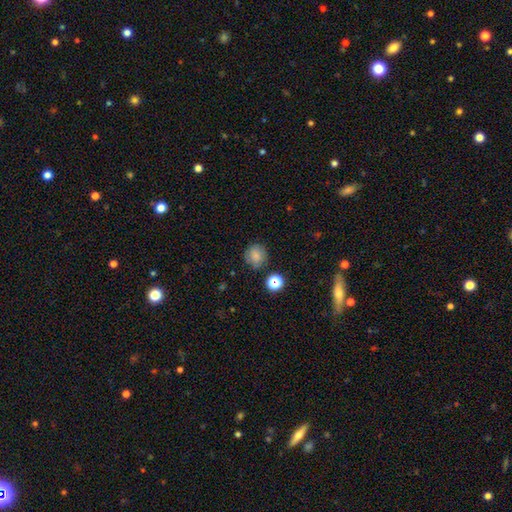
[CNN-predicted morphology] Smooth or featured? smooth (78%)
How rounded? round (87%)
Merging? none (79%)